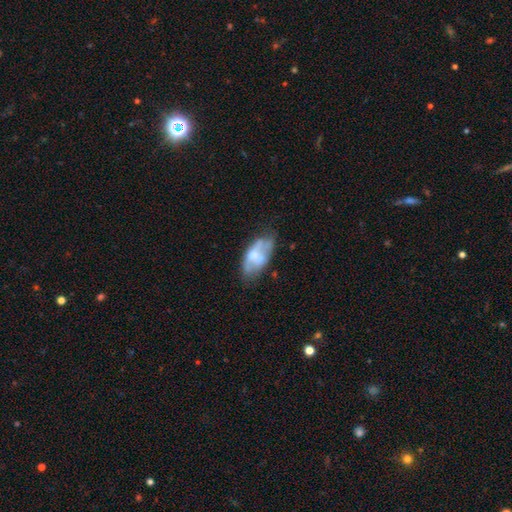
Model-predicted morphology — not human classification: type=smooth (46%, tied with featured or disk); merging=none (43%).